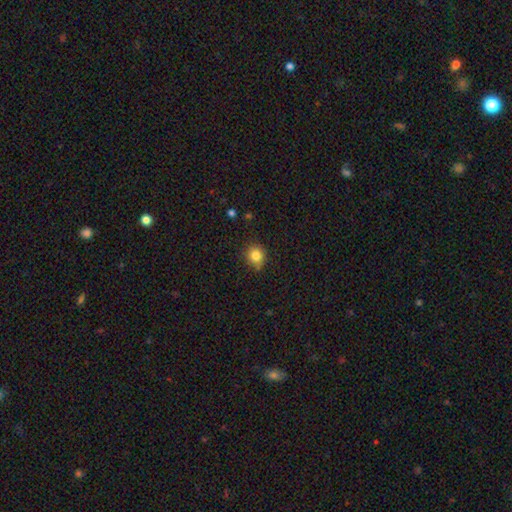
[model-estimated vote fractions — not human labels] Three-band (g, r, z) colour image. It shows a smooth galaxy with no disk features (83%) that is round (86%). Merging: none (80%).